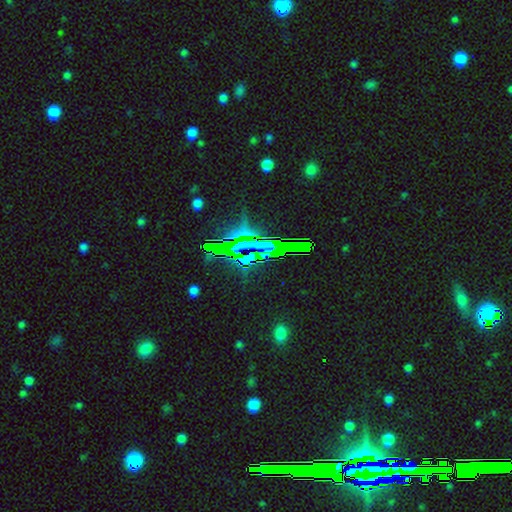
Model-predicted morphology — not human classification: smooth_or_featured: star or artifact (p=0.80) [alt: featured or disk p=0.10]